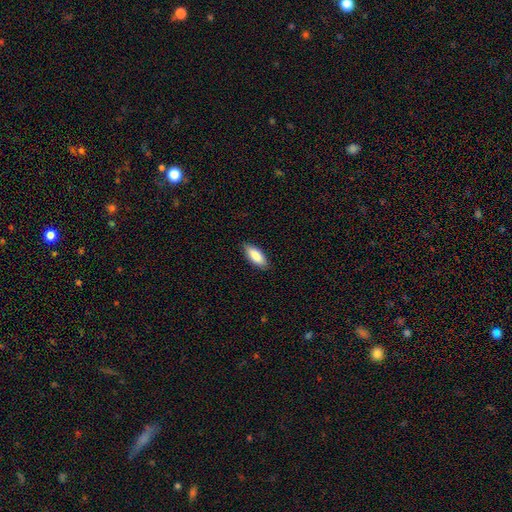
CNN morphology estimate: A smooth galaxy with no disk features (86%) that is in between round and cigar-shaped (79%). Merging: none (86%).